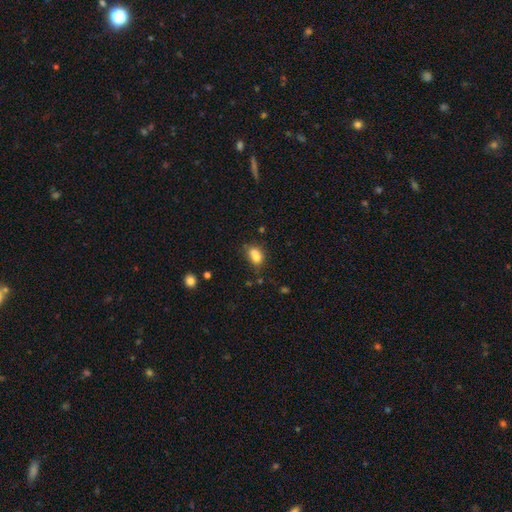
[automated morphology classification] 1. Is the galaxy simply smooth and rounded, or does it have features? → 77% smooth, 12% featured or disk, 11% star or artifact.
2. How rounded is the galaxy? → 73% in between, 24% round, 3% cigar-shaped.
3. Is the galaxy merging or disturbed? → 41% none, 32% merger, 19% minor disturbance, 8% major disturbance.